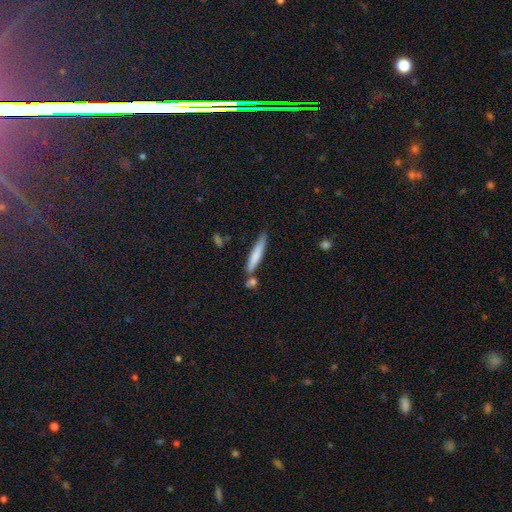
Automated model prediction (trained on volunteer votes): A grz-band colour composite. It shows a smooth galaxy with no disk features (73%) that is cigar-shaped (91%). Merging: none (74%).